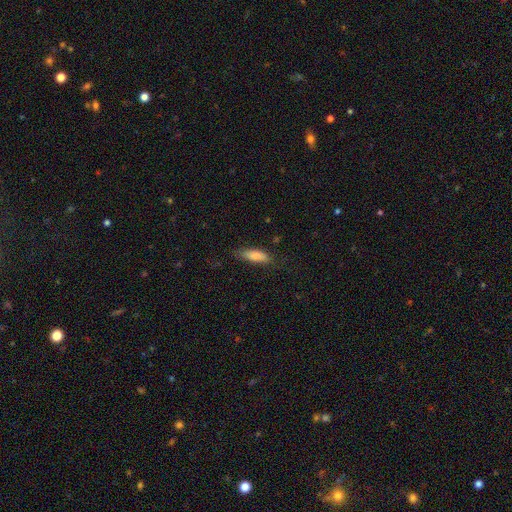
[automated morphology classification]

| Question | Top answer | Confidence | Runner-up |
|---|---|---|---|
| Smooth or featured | smooth | 83% | featured or disk (11%) |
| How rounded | in between | 54% | cigar-shaped (44%) |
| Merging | none | 73% | minor disturbance (20%) |